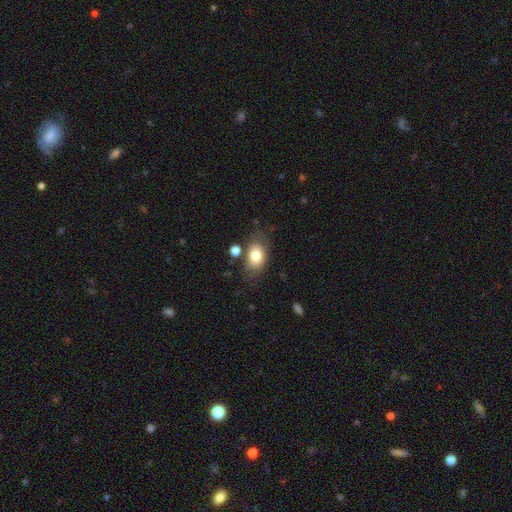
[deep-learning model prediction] Q: Smooth or featured?
A: smooth (78%); runner-up: featured or disk (13%)
Q: How rounded?
A: in between (82%); runner-up: round (17%)
Q: Merging?
A: none (69%); runner-up: minor disturbance (18%)